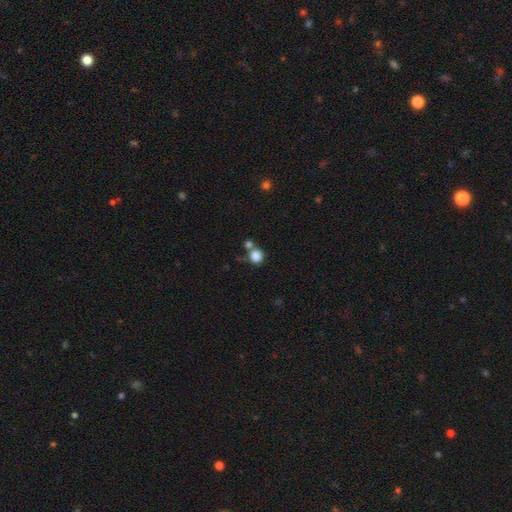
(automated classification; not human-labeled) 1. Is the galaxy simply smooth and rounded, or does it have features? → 84% smooth, 10% star or artifact, 5% featured or disk.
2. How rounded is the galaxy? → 84% round, 15% in between, 1% cigar-shaped.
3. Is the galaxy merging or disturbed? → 54% none, 31% merger, 10% minor disturbance, 5% major disturbance.